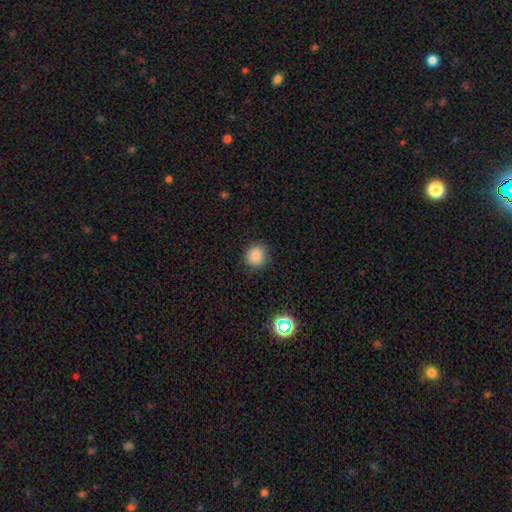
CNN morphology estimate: Smooth or featured: smooth — 85% (star or artifact — 11%)
How rounded: round — 85% (in between — 14%)
Merging: none — 87% (minor disturbance — 9%)